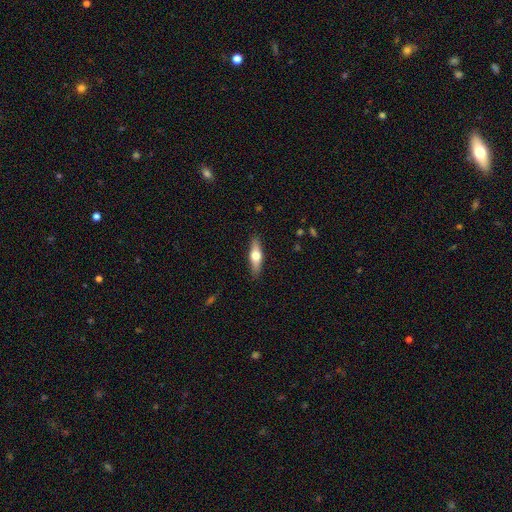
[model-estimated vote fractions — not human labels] A smooth galaxy with no disk features (49%).

Vote fractions:
- Smooth or featured? smooth: 49% / featured or disk: 45% / star or artifact: 6%
- Merging? none: 88% / minor disturbance: 9% / major disturbance: 2% / merger: 1%